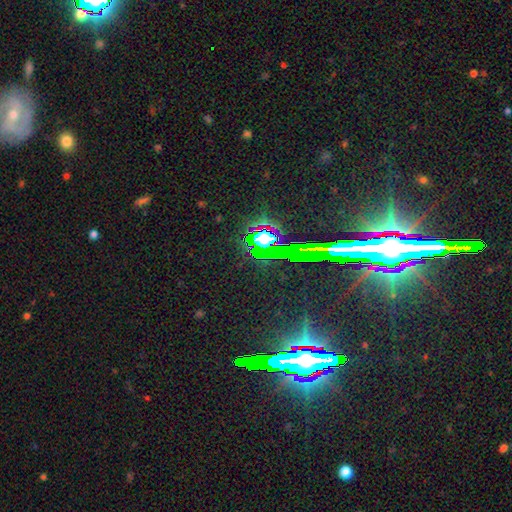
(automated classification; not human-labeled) A star or artifact, not a galaxy (85%).

Vote fractions:
- Smooth or featured? star or artifact: 85% / featured or disk: 9% / smooth: 7%